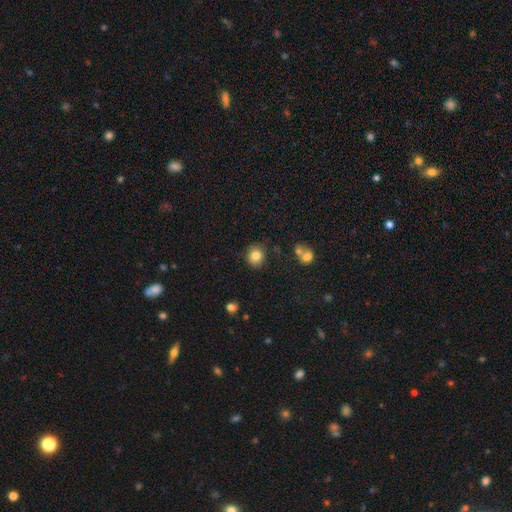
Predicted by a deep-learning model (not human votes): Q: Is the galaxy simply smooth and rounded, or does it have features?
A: smooth — 82%.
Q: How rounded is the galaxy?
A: round — 84%.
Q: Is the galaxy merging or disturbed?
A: none — 83%.